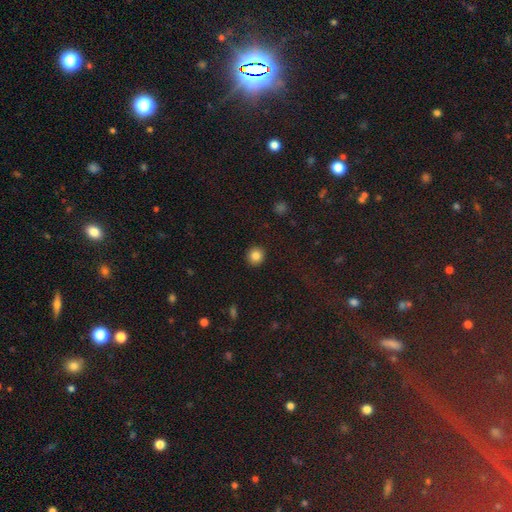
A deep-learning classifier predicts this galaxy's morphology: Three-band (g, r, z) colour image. It shows a smooth galaxy with no disk features (84%) that is round (93%). Merging: none (92%).